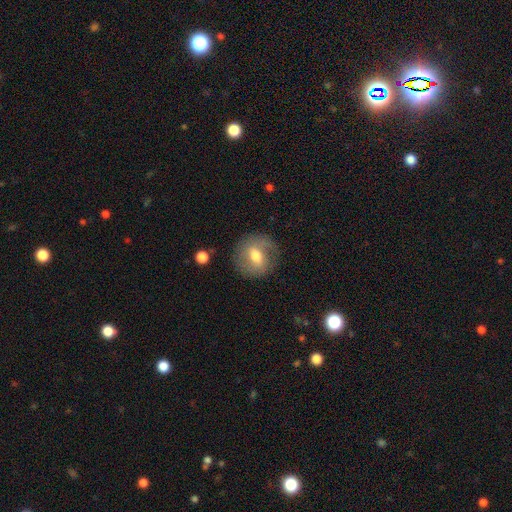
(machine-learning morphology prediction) This appears to be a smooth galaxy with no disk features (53%) that is round (82%). Merging: none (79%).